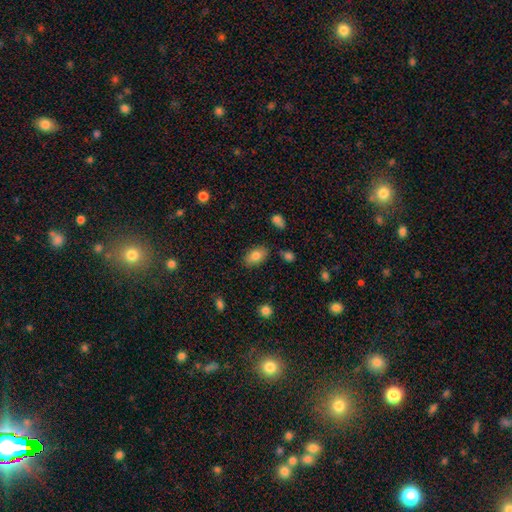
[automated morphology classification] Smooth or featured: smooth — 81% (featured or disk — 11%)
How rounded: in between — 89% (round — 10%)
Merging: none — 81% (minor disturbance — 13%)